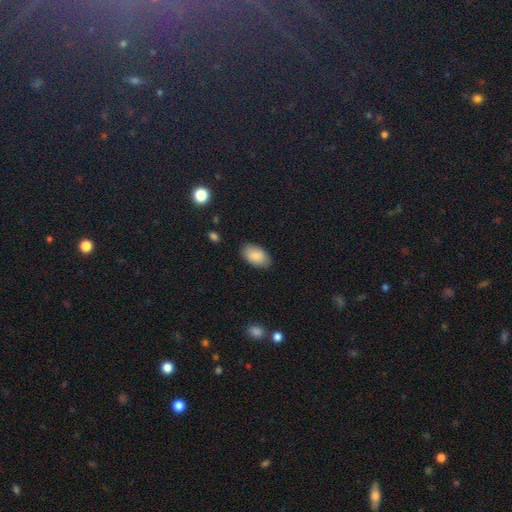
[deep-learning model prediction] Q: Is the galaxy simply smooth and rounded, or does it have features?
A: smooth — 87%.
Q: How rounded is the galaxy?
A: in between — 94%.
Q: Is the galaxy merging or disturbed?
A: none — 85%.